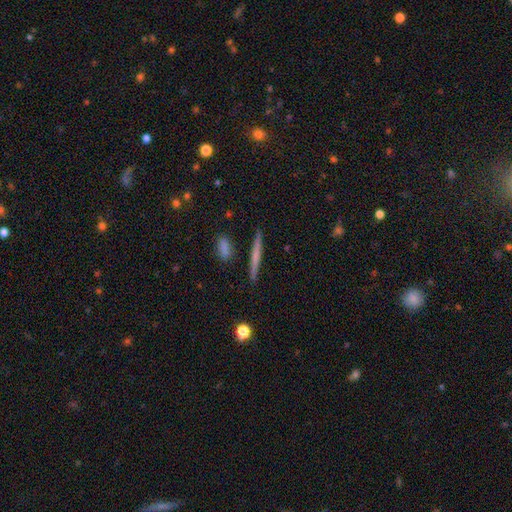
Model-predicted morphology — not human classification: This is possibly a smooth galaxy (53%). How rounded: clearly cigar-shaped (94%). Merging: clearly none (90%).